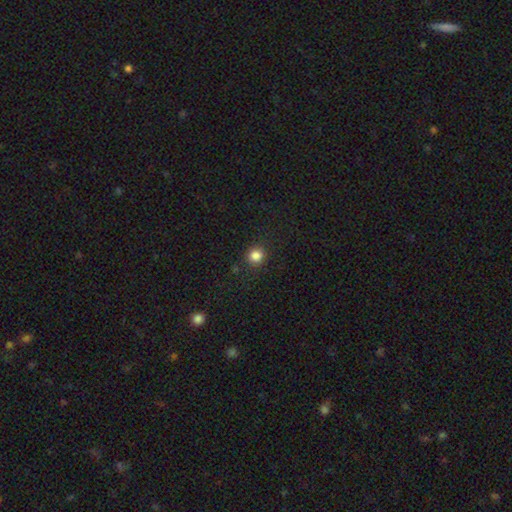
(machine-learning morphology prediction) This appears to be a smooth galaxy with no disk features (84%) that is round (87%). Merging: none (87%).